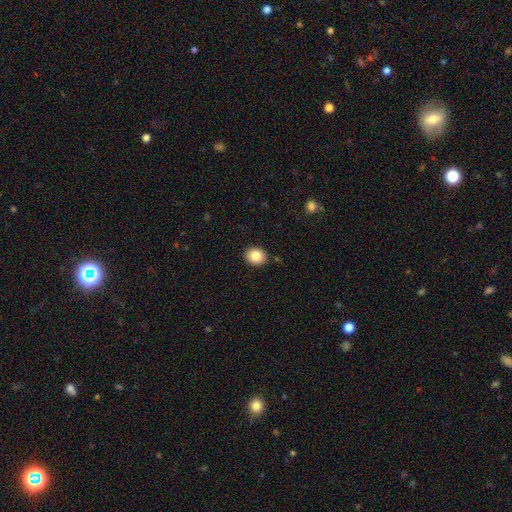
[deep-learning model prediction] smooth 85%, star or artifact 9%, featured or disk 6%. Down the decision tree: how rounded — round (69%); merging — none (89%).